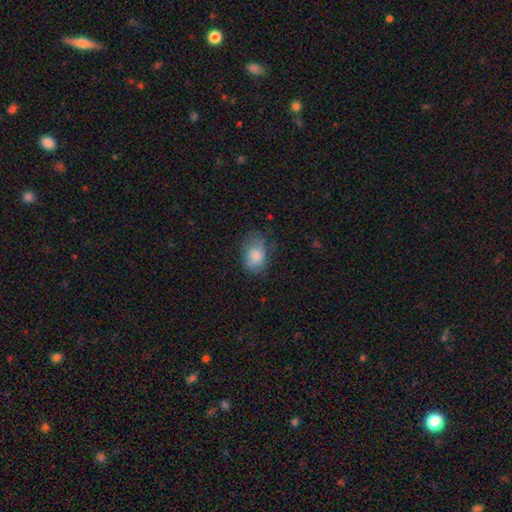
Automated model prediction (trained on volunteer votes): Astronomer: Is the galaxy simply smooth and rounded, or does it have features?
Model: smooth — 78%.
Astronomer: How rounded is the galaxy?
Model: in between — 73%.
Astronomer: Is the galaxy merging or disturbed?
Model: none — 58%.